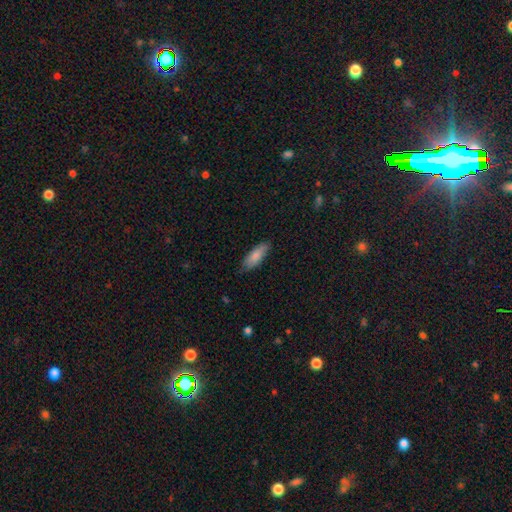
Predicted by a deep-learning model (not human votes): smooth_or_featured: smooth (p=0.84) [alt: featured or disk p=0.11]
how_rounded: in between (p=0.66) [alt: cigar-shaped p=0.32]
merging: none (p=0.80) [alt: minor disturbance p=0.16]